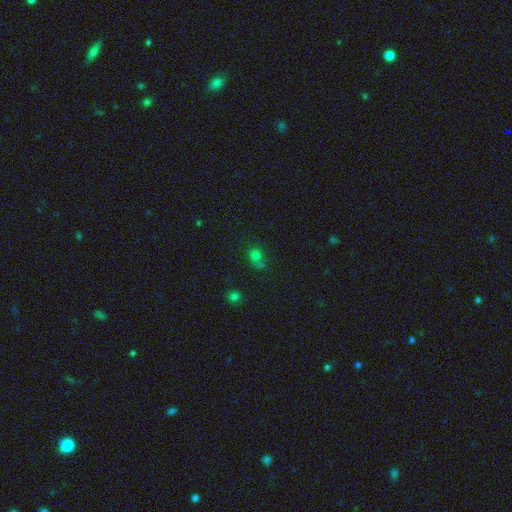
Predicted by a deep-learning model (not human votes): smooth_or_featured: smooth (p=0.71) [alt: star or artifact p=0.22]
how_rounded: round (p=0.76) [alt: in between p=0.22]
merging: none (p=0.56) [alt: merger p=0.20]